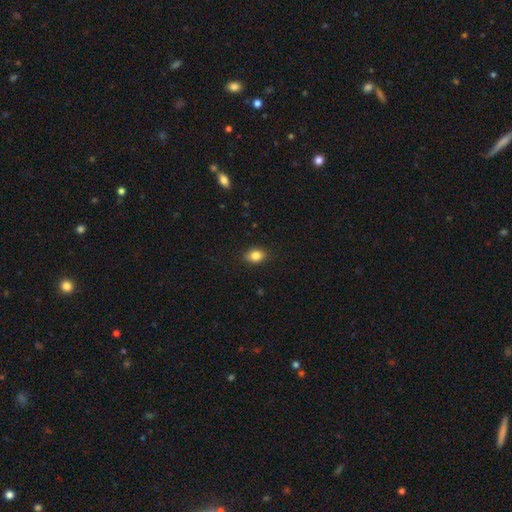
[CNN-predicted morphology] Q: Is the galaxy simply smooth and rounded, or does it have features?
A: smooth — 84%.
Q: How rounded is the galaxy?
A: in between — 68%.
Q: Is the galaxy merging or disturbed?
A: none — 89%.